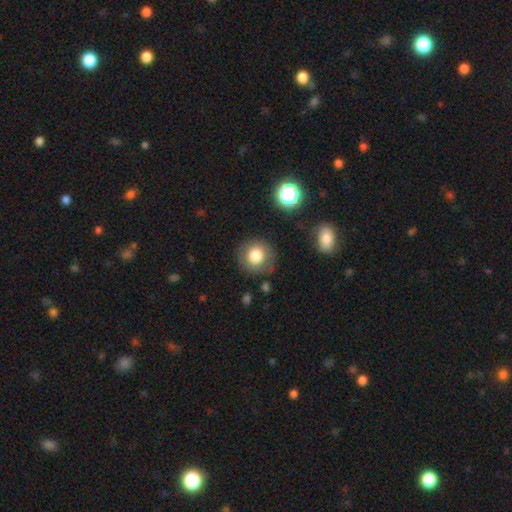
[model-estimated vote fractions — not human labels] A smooth galaxy with no disk features (79%) that is round (91%). Merging: none (82%).